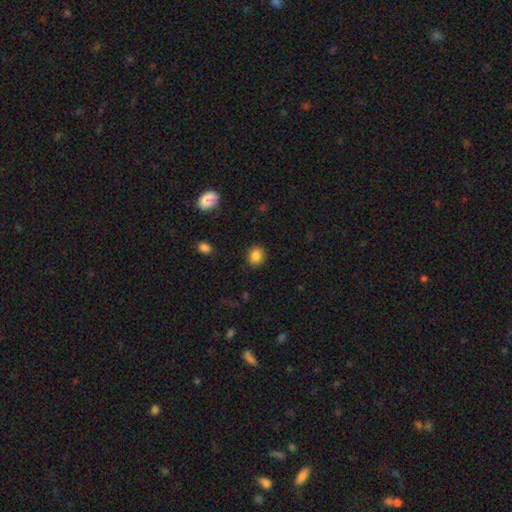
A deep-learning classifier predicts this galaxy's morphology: A smooth galaxy with no disk features (86%) that is round (66%). Merging: none (88%).